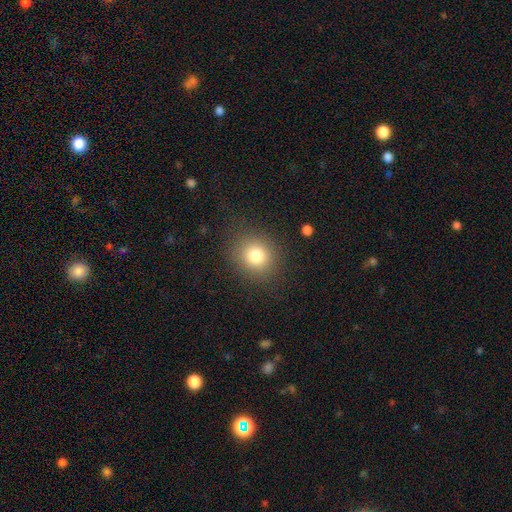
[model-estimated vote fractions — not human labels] Smooth or featured? Predicted: smooth (p=0.80). How rounded? Predicted: round (p=0.84). Merging? Predicted: none (p=0.87).